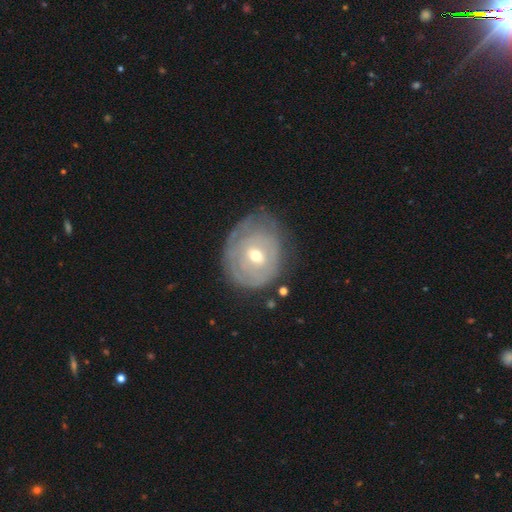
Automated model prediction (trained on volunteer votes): Q: Smooth or featured?
A: featured or disk (67%); runner-up: smooth (26%)
Q: Edge-on disk?
A: no (96%); runner-up: yes (4%)
Q: Bar?
A: no (58%); runner-up: weak (33%)
Q: Spiral arms?
A: yes (65%); runner-up: no (35%)
Q: Bulge size?
A: moderate (60%); runner-up: small (36%)
Q: Merging?
A: none (62%); runner-up: minor disturbance (25%)